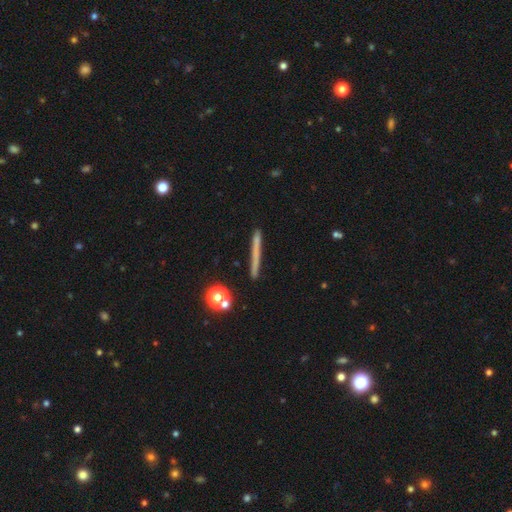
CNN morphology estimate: Q: Smooth or featured?
A: smooth (56%); runner-up: featured or disk (35%)
Q: How rounded?
A: cigar-shaped (95%); runner-up: round (3%)
Q: Merging?
A: none (87%); runner-up: minor disturbance (8%)